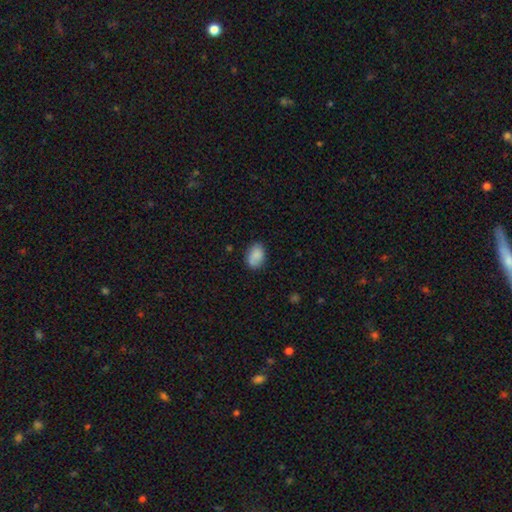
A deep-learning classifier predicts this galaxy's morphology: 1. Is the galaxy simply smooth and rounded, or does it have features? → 85% smooth, 8% star or artifact, 7% featured or disk.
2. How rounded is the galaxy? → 82% in between, 17% round, 1% cigar-shaped.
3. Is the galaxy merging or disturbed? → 74% none, 18% minor disturbance, 4% major disturbance, 4% merger.